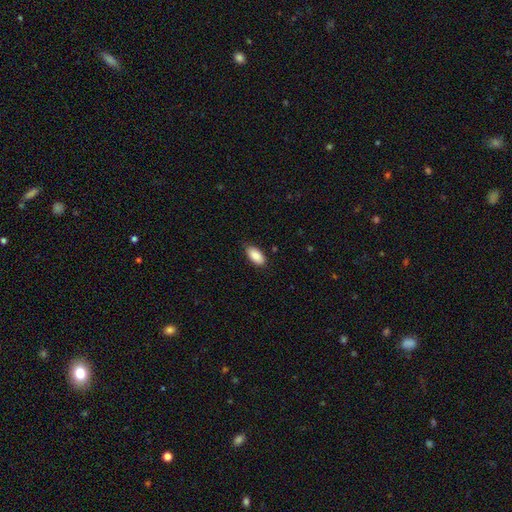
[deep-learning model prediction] This is clearly a smooth galaxy (88%). How rounded: clearly in between (93%). Merging: clearly none (84%).